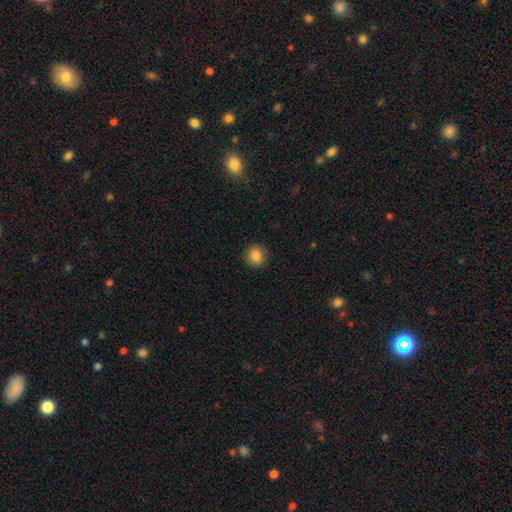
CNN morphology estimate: Overall: smooth (85%). How rounded: round (90%). Merging: none (91%).